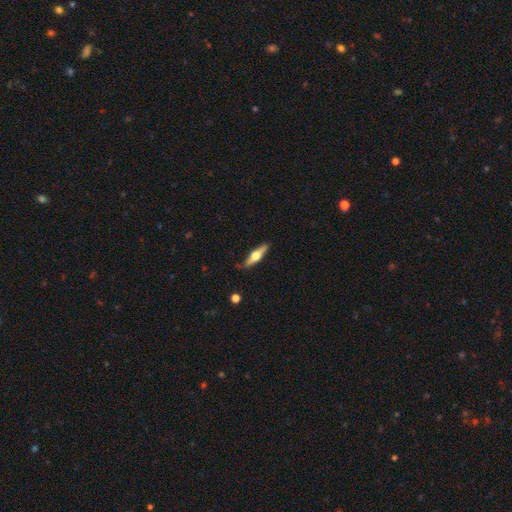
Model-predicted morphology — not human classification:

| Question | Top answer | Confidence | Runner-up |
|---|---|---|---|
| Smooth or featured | featured or disk | 63% | smooth (32%) |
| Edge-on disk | yes | 96% | no (4%) |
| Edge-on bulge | rounded | 95% | boxy (3%) |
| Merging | none | 87% | minor disturbance (10%) |